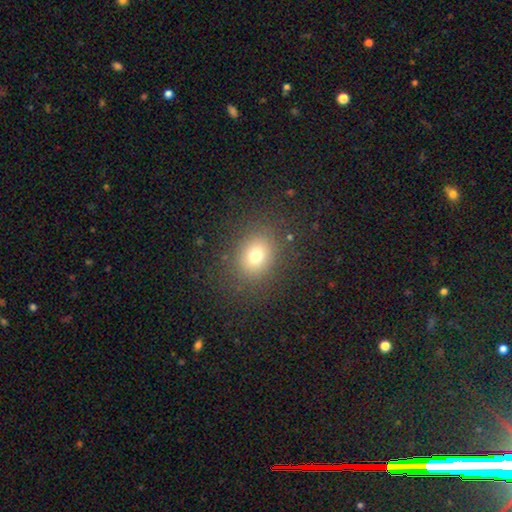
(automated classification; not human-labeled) smooth_or_featured: smooth (p=0.74) [alt: star or artifact p=0.15]
how_rounded: round (p=0.59) [alt: in between p=0.41]
merging: none (p=0.85) [alt: minor disturbance p=0.09]